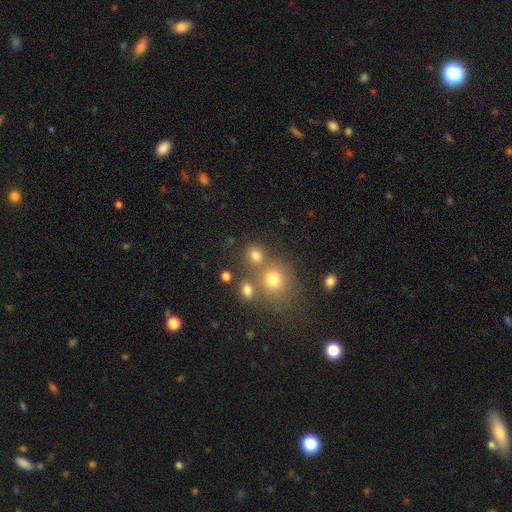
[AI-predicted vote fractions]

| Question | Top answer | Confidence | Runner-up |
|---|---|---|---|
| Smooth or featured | smooth | 75% | star or artifact (16%) |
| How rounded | round | 79% | in between (20%) |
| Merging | none | 62% | merger (25%) |